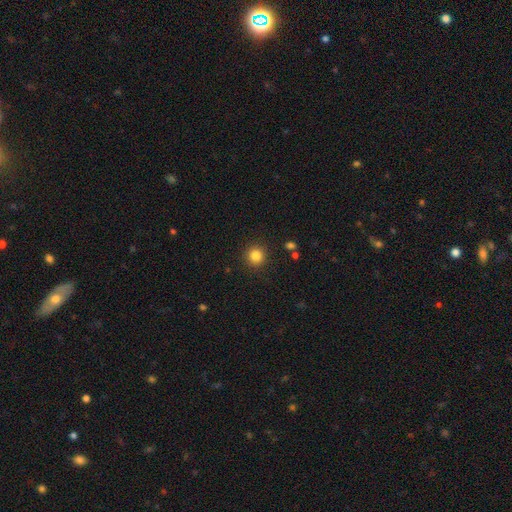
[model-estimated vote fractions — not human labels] Q: Smooth or featured?
A: smooth (84%); runner-up: star or artifact (12%)
Q: How rounded?
A: round (94%); runner-up: in between (5%)
Q: Merging?
A: none (91%); runner-up: minor disturbance (6%)